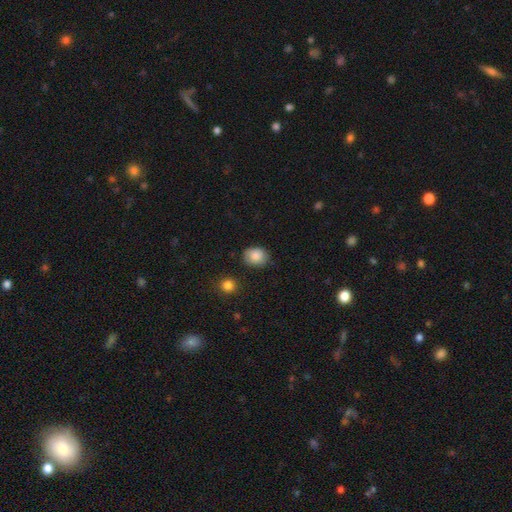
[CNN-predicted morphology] This is clearly a smooth galaxy (87%). How rounded: possibly round (50%). Merging: likely none (78%).